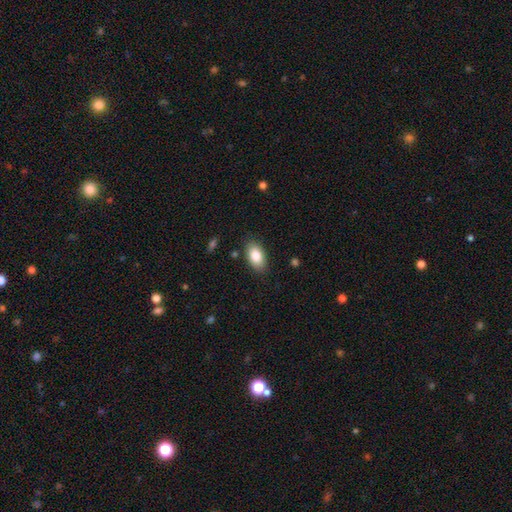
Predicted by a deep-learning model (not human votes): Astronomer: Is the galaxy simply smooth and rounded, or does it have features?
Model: smooth — 85%.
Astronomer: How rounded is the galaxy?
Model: in between — 93%.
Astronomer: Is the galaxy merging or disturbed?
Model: none — 85%.